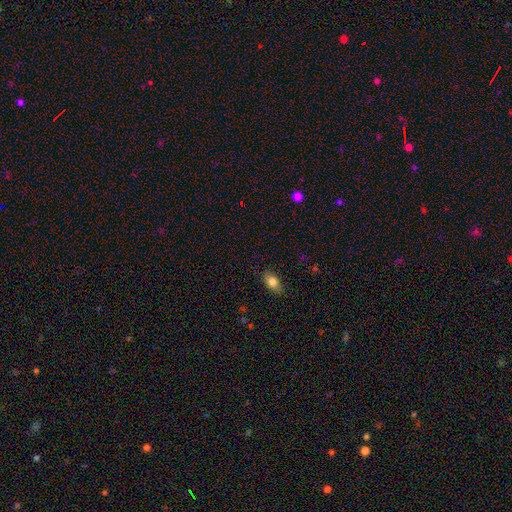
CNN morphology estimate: Overall: smooth (71%). How rounded: in between (70%). Merging: none (83%).